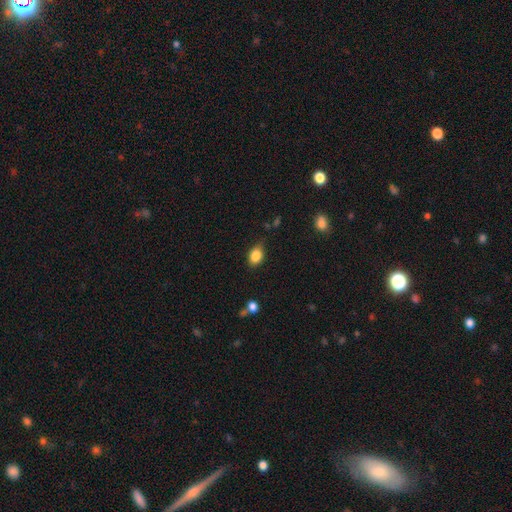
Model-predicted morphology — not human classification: type=smooth (86%); roundness=in between (71%); merging=none (74%).